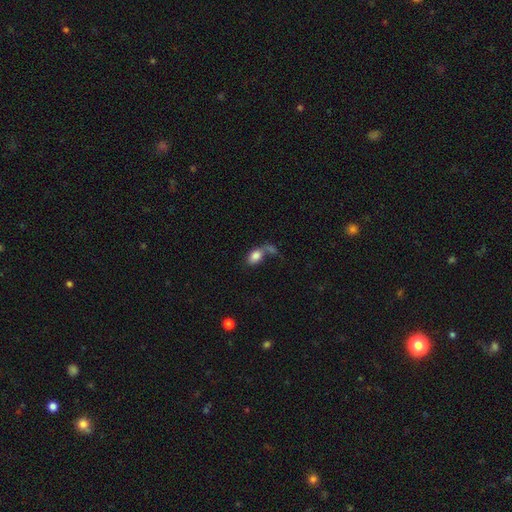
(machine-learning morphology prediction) This is clearly a smooth galaxy (82%). How rounded: clearly in between (86%). Merging: marginally merger (40%).